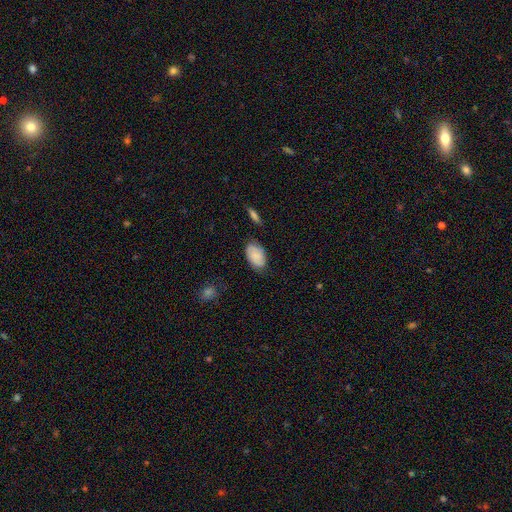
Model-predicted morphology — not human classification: A smooth galaxy with no disk features (72%) that is in between round and cigar-shaped (92%).

Vote fractions:
- Smooth or featured? smooth: 72% / featured or disk: 21% / star or artifact: 8%
- How rounded? in between: 92% / round: 6% / cigar-shaped: 2%
- Merging? none: 73% / minor disturbance: 20% / major disturbance: 5% / merger: 2%